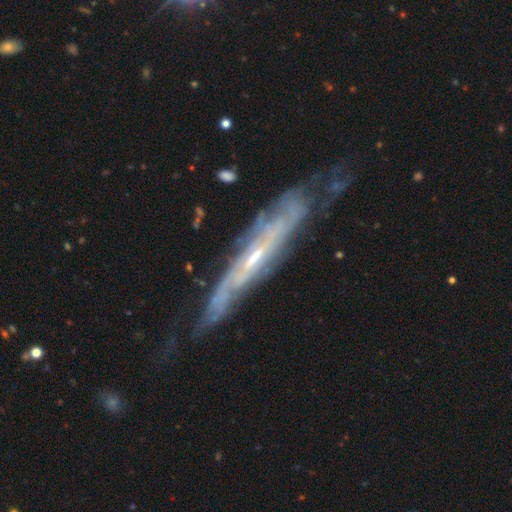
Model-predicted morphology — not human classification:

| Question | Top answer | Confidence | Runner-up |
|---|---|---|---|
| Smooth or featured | featured or disk | 84% | smooth (9%) |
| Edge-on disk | no | 53% | yes (47%) |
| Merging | none | 68% | minor disturbance (22%) |